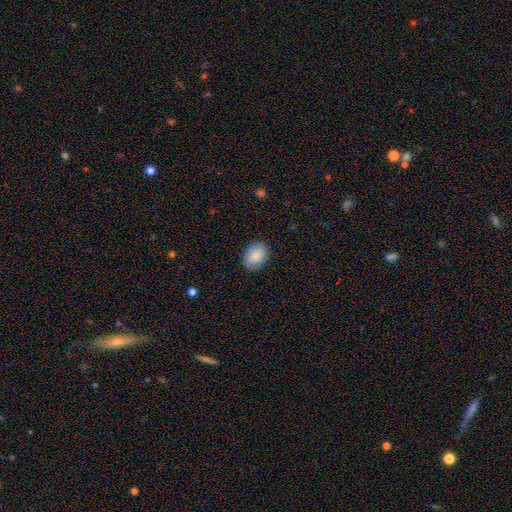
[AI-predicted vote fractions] Smooth or featured?
  - smooth: 84% *
  - featured or disk: 9%
  - star or artifact: 7%
How rounded?
  - in between: 67% *
  - round: 32%
  - cigar-shaped: 1%
Merging?
  - none: 84% *
  - minor disturbance: 12%
  - major disturbance: 3%
  - merger: 1%